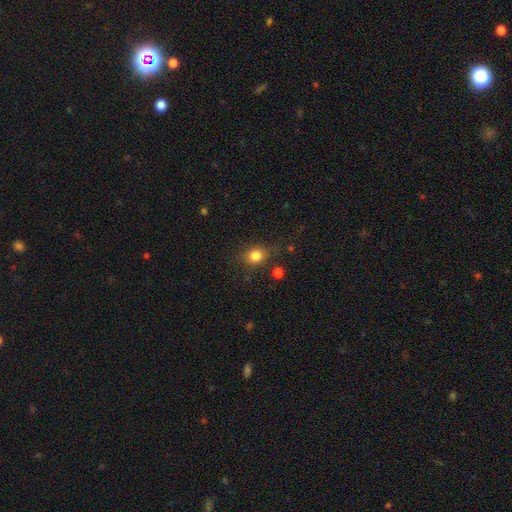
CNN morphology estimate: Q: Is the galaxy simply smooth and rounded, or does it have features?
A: smooth — 81%.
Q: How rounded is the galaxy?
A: round — 68%.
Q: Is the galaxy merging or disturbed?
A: none — 75%.